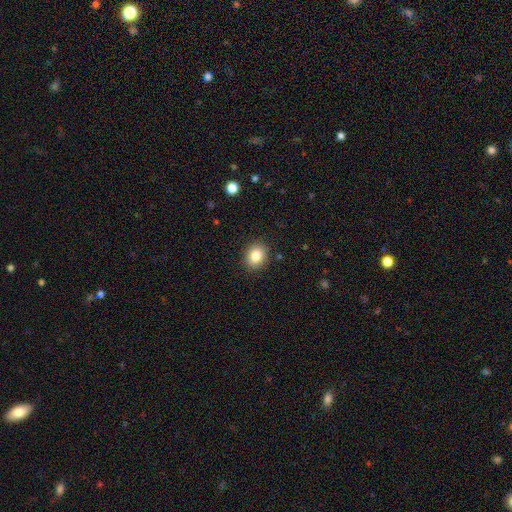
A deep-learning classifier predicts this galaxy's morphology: Smooth or featured: smooth — 83% (star or artifact — 10%)
How rounded: round — 58% (in between — 42%)
Merging: none — 89% (minor disturbance — 7%)